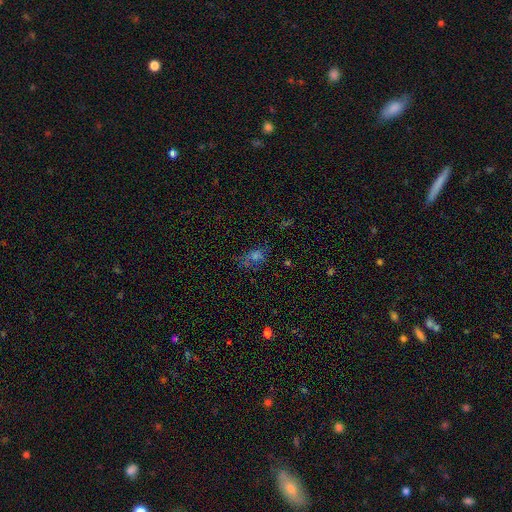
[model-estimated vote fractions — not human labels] smooth_or_featured: smooth (p=0.53) [alt: star or artifact p=0.30]
how_rounded: in between (p=0.62) [alt: round p=0.34]
merging: none (p=0.54) [alt: minor disturbance p=0.24]